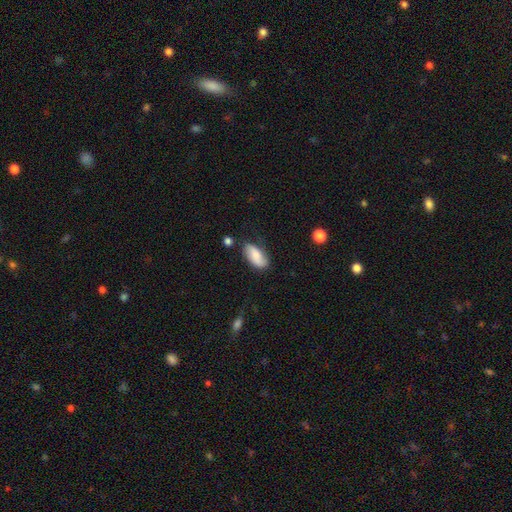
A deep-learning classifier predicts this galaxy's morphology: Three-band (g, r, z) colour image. It shows a smooth galaxy with no disk features (71%) that is in between round and cigar-shaped (89%). Merging: none (68%).